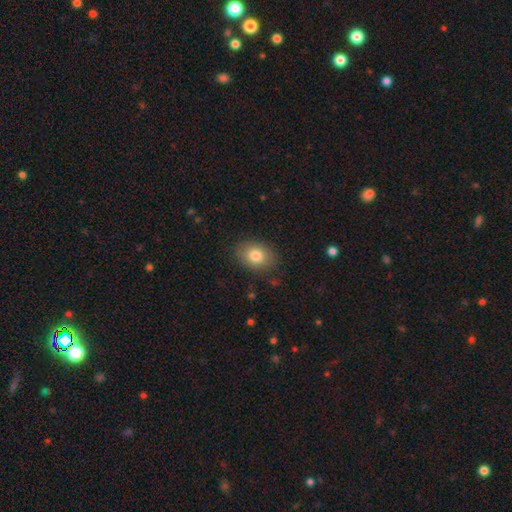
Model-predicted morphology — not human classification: smooth-or-featured: smooth: 81% | featured or disk: 11% | star or artifact: 8%
  how-rounded: in between: 74% | round: 25% | cigar-shaped: 1%
  merging: none: 83% | minor disturbance: 12% | major disturbance: 3% | merger: 1%